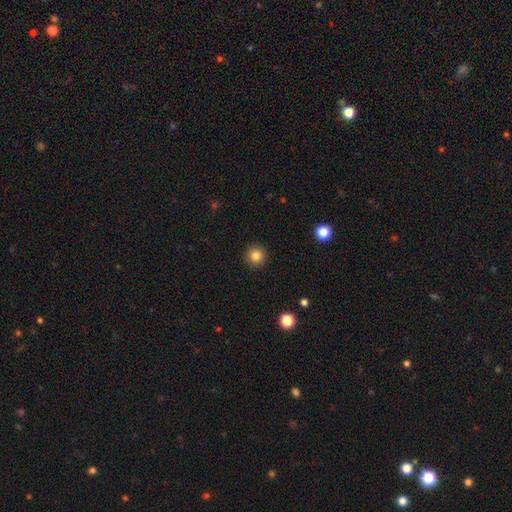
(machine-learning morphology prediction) smooth-or-featured: smooth: 84% | star or artifact: 11% | featured or disk: 5%
  how-rounded: round: 95% | in between: 4% | cigar-shaped: 1%
  merging: none: 93% | minor disturbance: 5% | major disturbance: 2% | merger: 1%